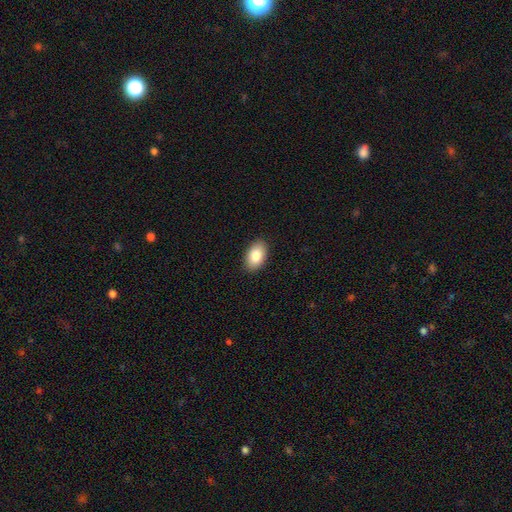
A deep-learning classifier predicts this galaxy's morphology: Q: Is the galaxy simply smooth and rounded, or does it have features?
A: smooth — 84%.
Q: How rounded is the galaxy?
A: in between — 92%.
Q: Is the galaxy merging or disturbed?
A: none — 89%.